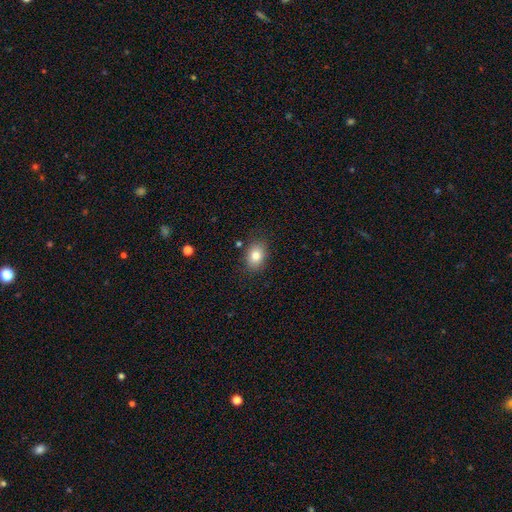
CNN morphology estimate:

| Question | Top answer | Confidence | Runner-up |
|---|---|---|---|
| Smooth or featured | smooth | 83% | star or artifact (9%) |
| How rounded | in between | 65% | round (34%) |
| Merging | none | 84% | minor disturbance (11%) |